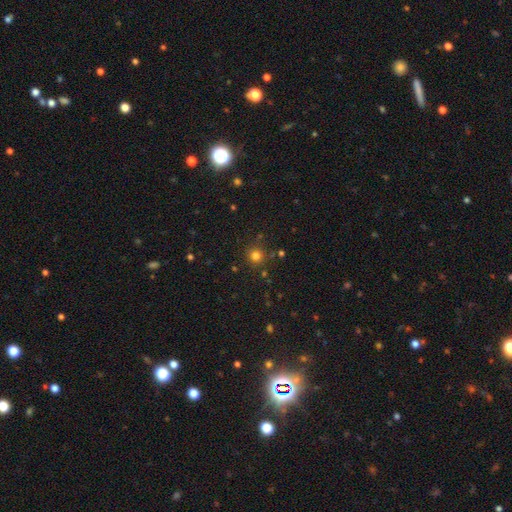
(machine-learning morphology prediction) smooth-or-featured: smooth: 77% | star or artifact: 17% | featured or disk: 5%
  how-rounded: round: 93% | in between: 6% | cigar-shaped: 1%
  merging: none: 84% | minor disturbance: 8% | merger: 4% | major disturbance: 3%